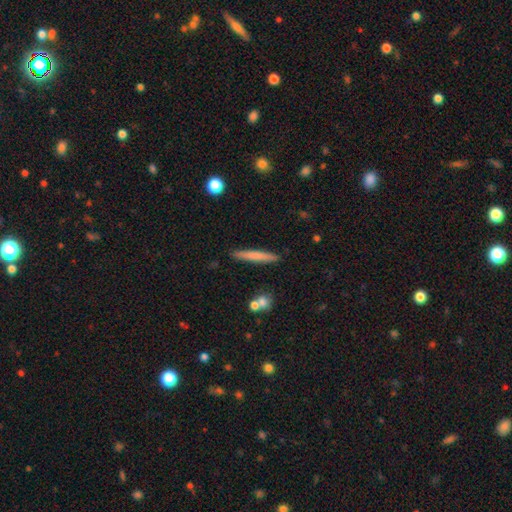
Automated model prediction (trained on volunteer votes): Morphology: type=smooth (69%); roundness=cigar-shaped (95%); merging=none (89%).